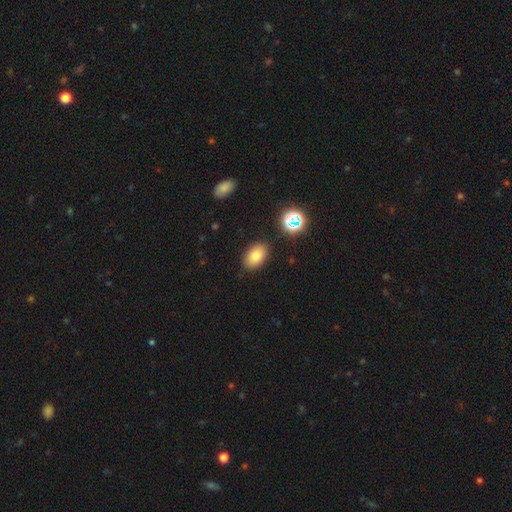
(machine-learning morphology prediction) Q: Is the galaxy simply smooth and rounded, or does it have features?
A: smooth — 79%.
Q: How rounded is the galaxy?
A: in between — 86%.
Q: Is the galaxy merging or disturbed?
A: none — 87%.